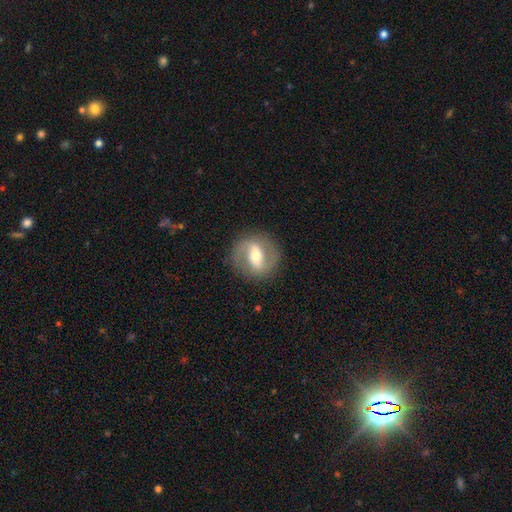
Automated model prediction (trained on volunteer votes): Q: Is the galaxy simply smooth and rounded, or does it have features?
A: featured or disk — 72%.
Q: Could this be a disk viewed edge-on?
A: no — 94%.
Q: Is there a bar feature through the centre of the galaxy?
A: strong — 47%.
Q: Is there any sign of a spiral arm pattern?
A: yes — 76%.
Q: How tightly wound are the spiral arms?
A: medium — 48%.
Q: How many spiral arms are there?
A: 2 — 88%.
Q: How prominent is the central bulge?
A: moderate — 68%.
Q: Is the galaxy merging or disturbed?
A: none — 85%.